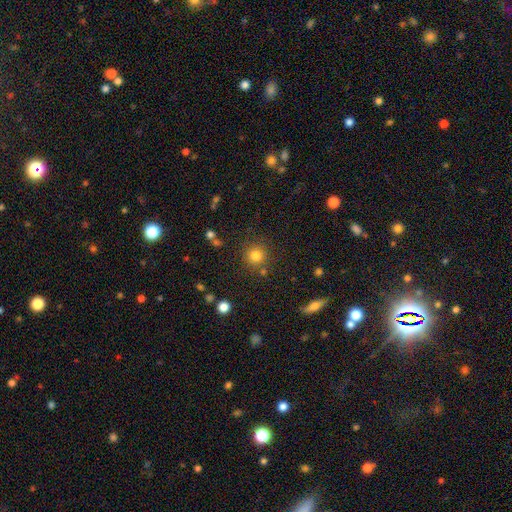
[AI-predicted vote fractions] smooth_or_featured: smooth (p=0.80) [alt: star or artifact p=0.13]
how_rounded: round (p=0.93) [alt: in between p=0.06]
merging: none (p=0.83) [alt: minor disturbance p=0.08]